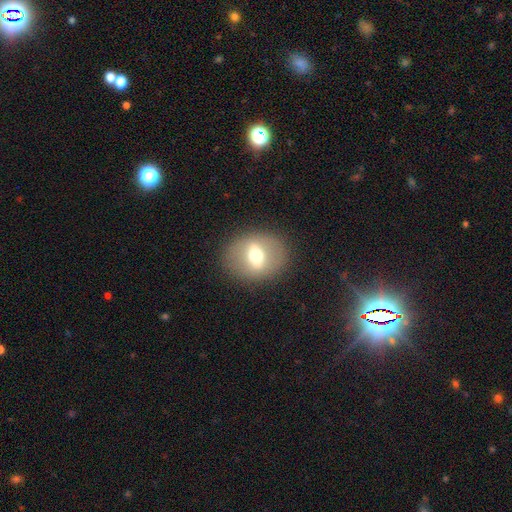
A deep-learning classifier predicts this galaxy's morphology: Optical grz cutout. It shows a featured or disk galaxy (47%). Merging: none (86%).